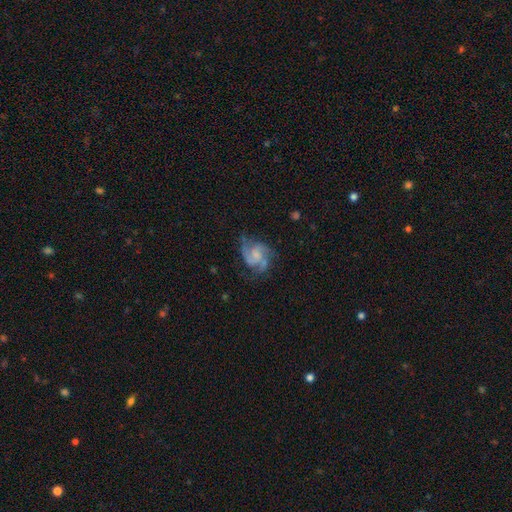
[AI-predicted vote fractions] This is likely a featured or disk galaxy (77%). It is clearly not viewed edge-on (98%). Bar: likely no (63%). Spiral arm pattern: clearly yes (92%). Spiral arm count: marginally 3 (43%). Spiral winding: possibly medium (53%). Central bulge: marginally small (43%). Merging: possibly none (58%).